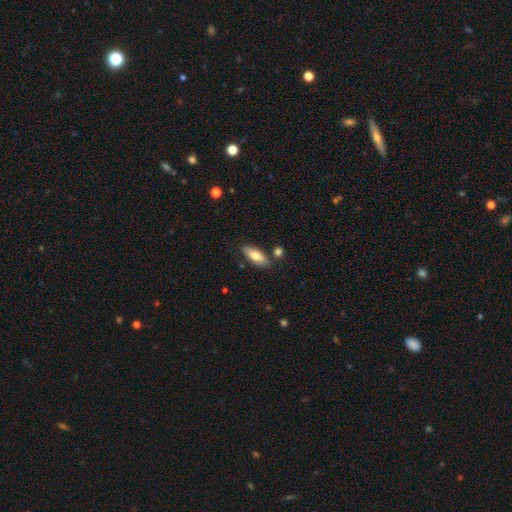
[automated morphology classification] This is likely a smooth galaxy (77%). How rounded: likely in between (78%). Merging: likely none (79%).